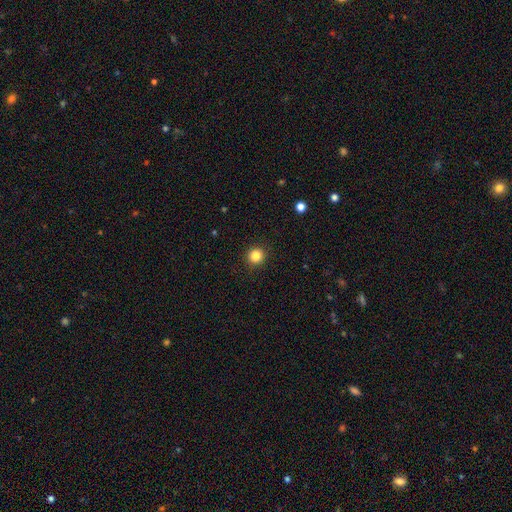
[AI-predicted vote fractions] Overall: smooth (85%). How rounded: round (93%). Merging: none (92%).